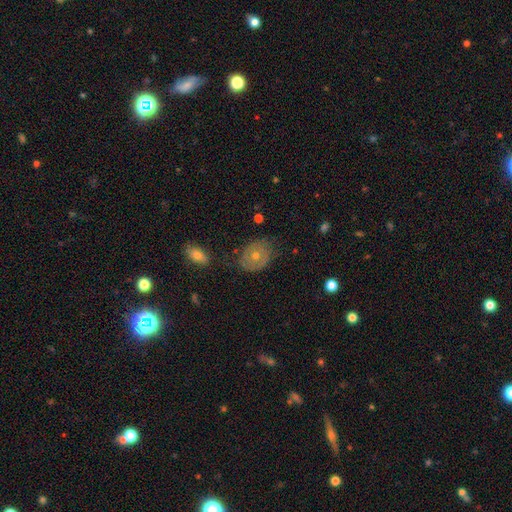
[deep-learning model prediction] Smooth or featured: featured or disk — 54% (smooth — 33%)
Edge-on disk: no — 95% (yes — 5%)
Bar: no — 87% (weak — 11%)
Spiral arms: yes — 53% (no — 47%)
Bulge size: moderate — 51% (small — 45%)
Merging: none — 72% (minor disturbance — 19%)